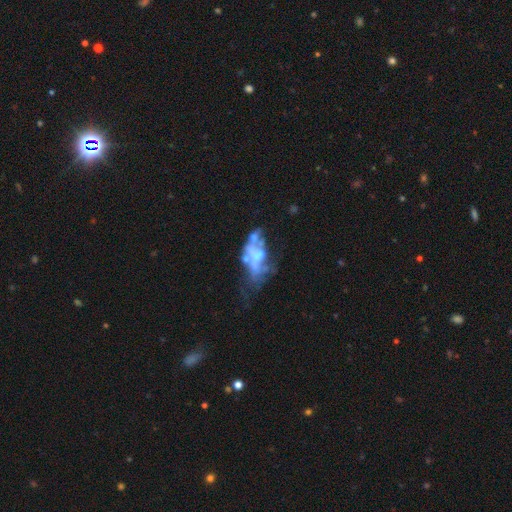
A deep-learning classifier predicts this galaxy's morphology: Q: Smooth or featured?
A: featured or disk (64%); runner-up: smooth (23%)
Q: Edge-on disk?
A: no (94%); runner-up: yes (6%)
Q: Bar?
A: no (83%); runner-up: weak (12%)
Q: Spiral arms?
A: no (88%); runner-up: yes (12%)
Q: Bulge size?
A: none (39%); runner-up: moderate (32%)
Q: Merging?
A: major disturbance (33%); runner-up: merger (30%)